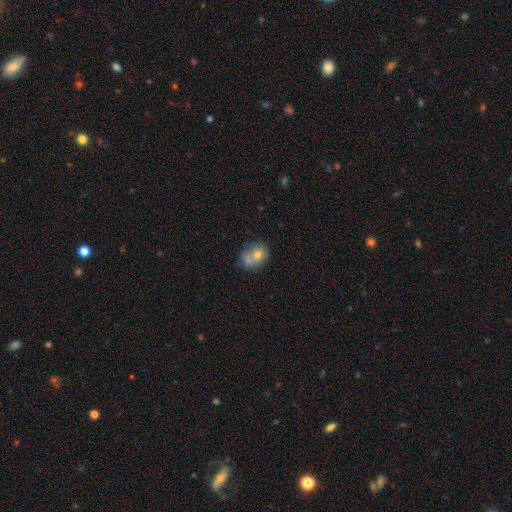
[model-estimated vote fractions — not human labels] A smooth galaxy with no disk features (69%) that is round (54%).

Vote fractions:
- Smooth or featured? smooth: 69% / featured or disk: 21% / star or artifact: 10%
- How rounded? round: 54% / in between: 45% / cigar-shaped: 1%
- Merging? none: 38% / merger: 36% / minor disturbance: 19% / major disturbance: 8%